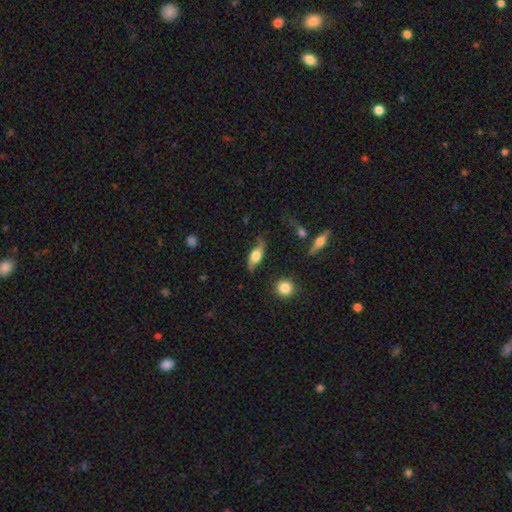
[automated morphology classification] The model was most divided on "smooth or featured": featured or disk: 50%, smooth: 43%, star or artifact: 7%. More confident: merging — none (68%).